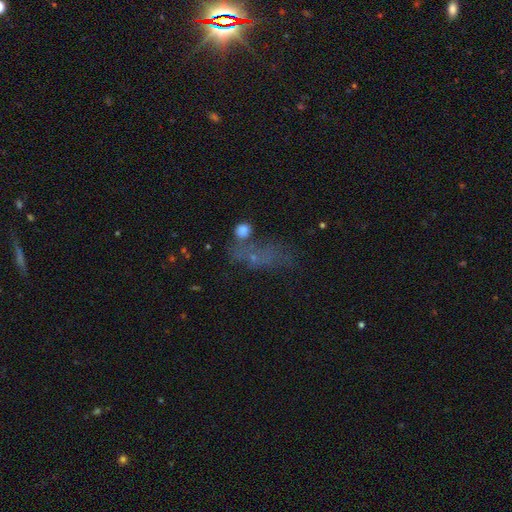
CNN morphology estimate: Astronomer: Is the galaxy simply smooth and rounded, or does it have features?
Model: smooth — 41% (runner-up: star or artifact, 33%).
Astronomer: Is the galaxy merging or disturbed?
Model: none — 41% (runner-up: major disturbance, 23%).